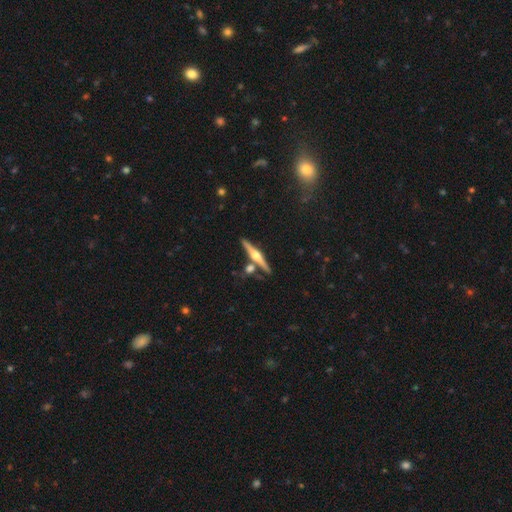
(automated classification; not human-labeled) This appears to be a featured or disk galaxy (79%) viewed edge-on (98%) with a rounded central bulge (95%). Merging: none (80%).